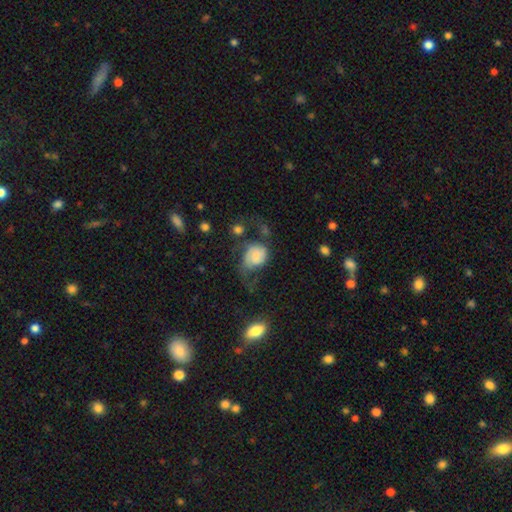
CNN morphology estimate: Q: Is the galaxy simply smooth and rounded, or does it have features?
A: smooth — 48%.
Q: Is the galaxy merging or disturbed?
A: major disturbance — 42%.